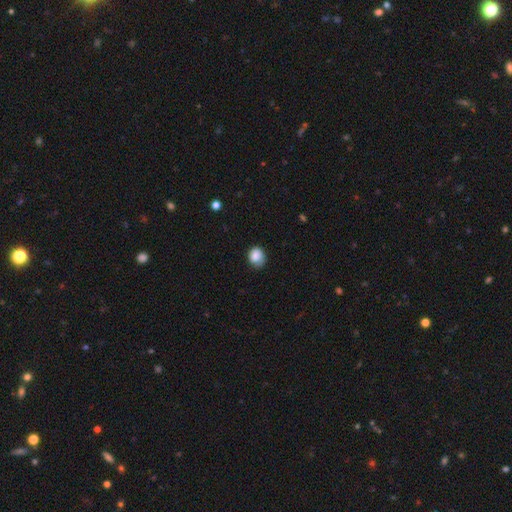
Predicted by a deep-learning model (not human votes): smooth-or-featured: smooth: 83% | featured or disk: 9% | star or artifact: 8%
  how-rounded: round: 61% | in between: 38% | cigar-shaped: 1%
  merging: none: 62% | minor disturbance: 28% | major disturbance: 8% | merger: 2%